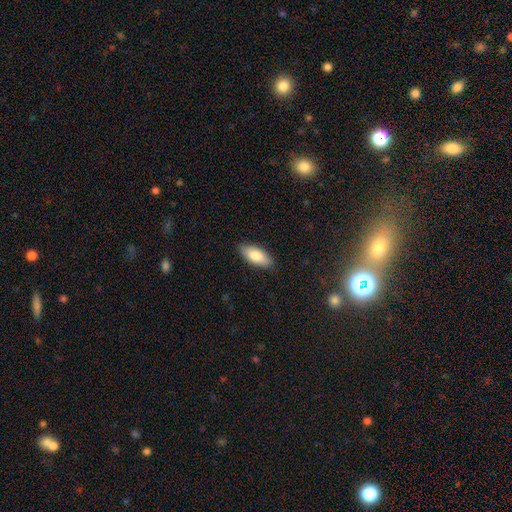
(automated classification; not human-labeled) smooth_or_featured: smooth (p=0.82) [alt: featured or disk p=0.12]
how_rounded: in between (p=0.84) [alt: cigar-shaped p=0.14]
merging: none (p=0.86) [alt: minor disturbance p=0.11]